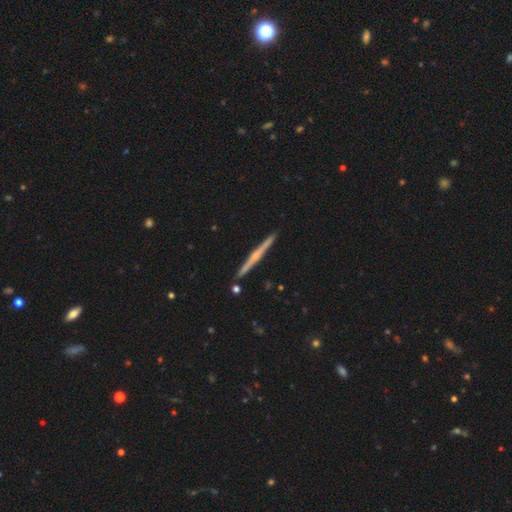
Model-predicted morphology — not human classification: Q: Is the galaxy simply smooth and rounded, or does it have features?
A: featured or disk — 72%.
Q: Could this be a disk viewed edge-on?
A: yes — 98%.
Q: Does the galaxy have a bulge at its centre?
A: rounded — 61%.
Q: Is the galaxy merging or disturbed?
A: none — 91%.